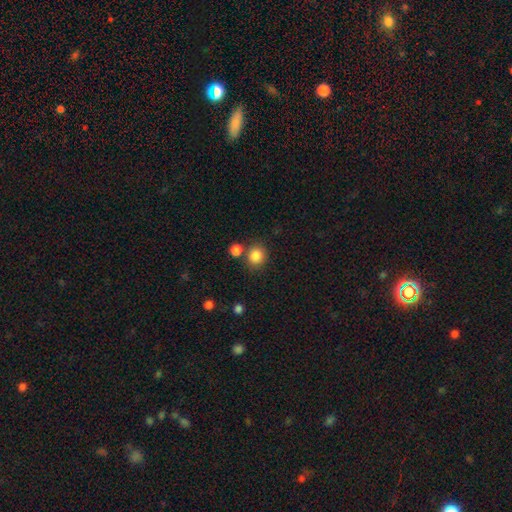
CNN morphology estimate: The model was most divided on "merging": none: 74%, merger: 13%, minor disturbance: 9%, major disturbance: 4%. More confident: smooth or featured — smooth (85%); how rounded — round (83%).